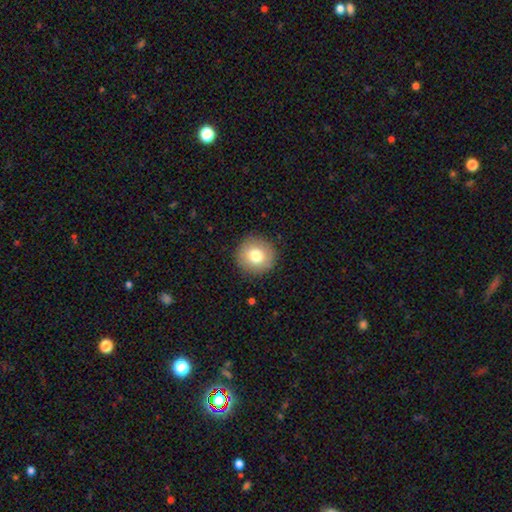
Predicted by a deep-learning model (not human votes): This appears to be a smooth galaxy with no disk features (77%) that is round (94%). Merging: none (90%).